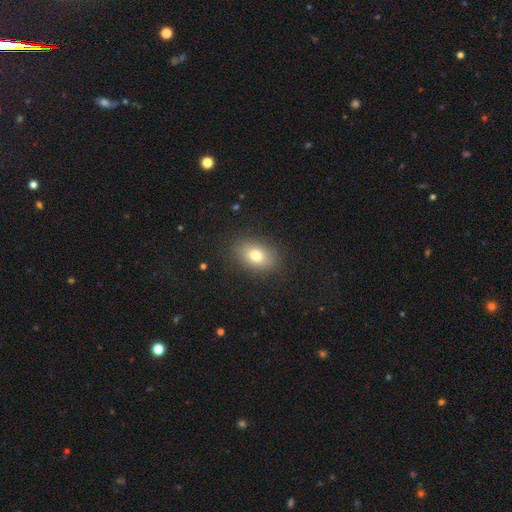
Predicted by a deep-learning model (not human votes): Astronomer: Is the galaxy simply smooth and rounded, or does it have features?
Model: smooth — 77%.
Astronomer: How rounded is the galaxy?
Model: in between — 80%.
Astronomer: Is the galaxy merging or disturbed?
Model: none — 87%.